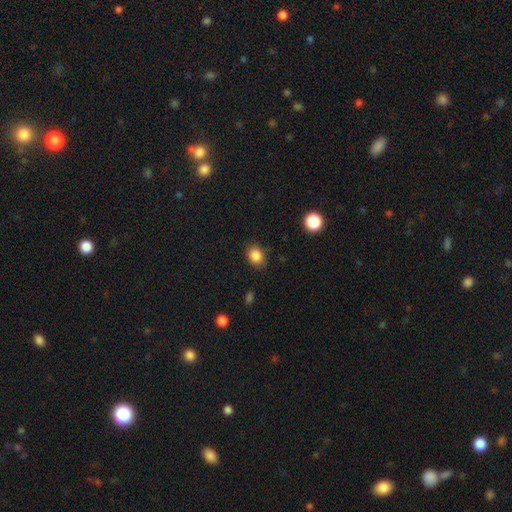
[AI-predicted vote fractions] Smooth or featured: smooth — 86% (star or artifact — 10%)
How rounded: round — 50% (in between — 49%)
Merging: none — 86% (minor disturbance — 10%)